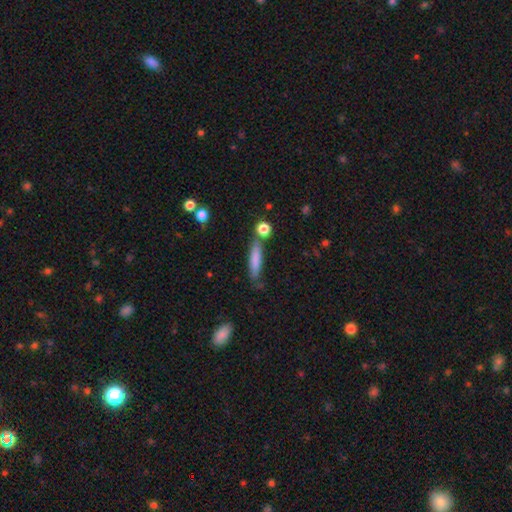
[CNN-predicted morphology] smooth-or-featured: smooth: 67% | featured or disk: 22% | star or artifact: 11%
  how-rounded: cigar-shaped: 83% | in between: 14% | round: 3%
  merging: none: 69% | minor disturbance: 17% | merger: 9% | major disturbance: 5%